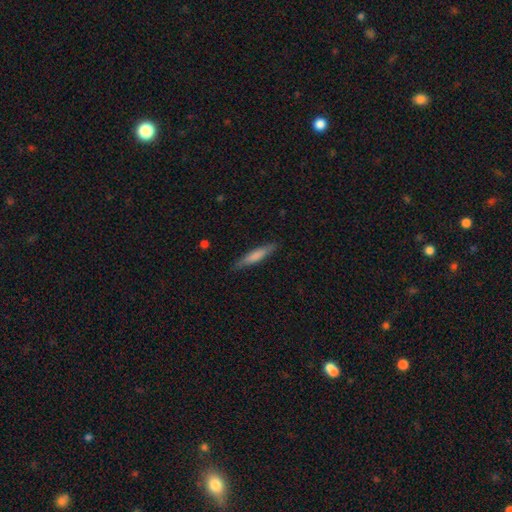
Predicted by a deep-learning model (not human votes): smooth_or_featured: smooth (p=0.70) [alt: featured or disk p=0.25]
how_rounded: cigar-shaped (p=0.89) [alt: in between p=0.10]
merging: none (p=0.85) [alt: minor disturbance p=0.11]